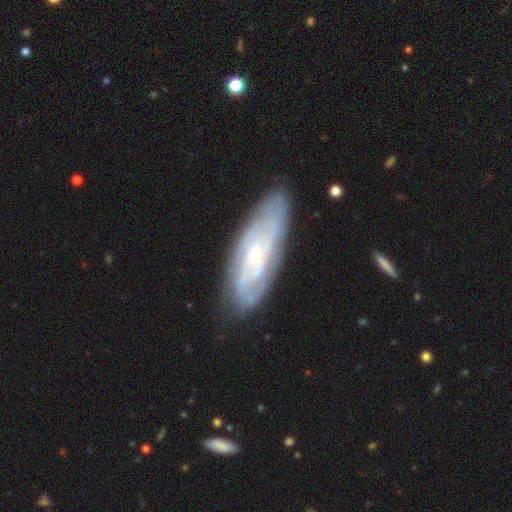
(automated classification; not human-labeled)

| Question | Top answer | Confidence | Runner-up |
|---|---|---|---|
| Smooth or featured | featured or disk | 72% | smooth (22%) |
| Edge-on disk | no | 83% | yes (17%) |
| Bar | no | 68% | weak (27%) |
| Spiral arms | yes | 84% | no (16%) |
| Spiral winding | tight | 60% | medium (31%) |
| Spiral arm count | can't tell | 55% | 2 (19%) |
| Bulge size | small | 70% | moderate (24%) |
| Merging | none | 77% | minor disturbance (17%) |